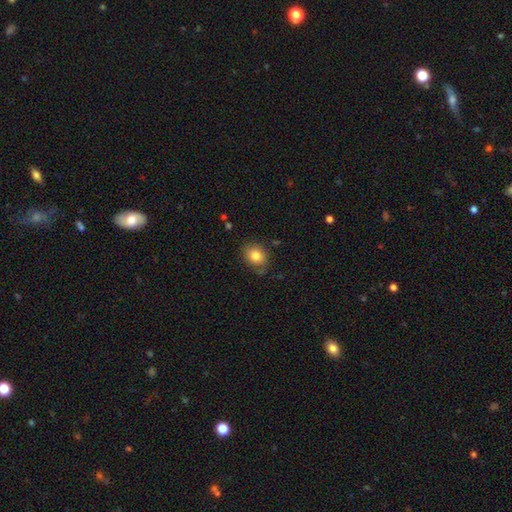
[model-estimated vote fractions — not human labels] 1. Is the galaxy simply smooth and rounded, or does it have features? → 82% smooth, 10% star or artifact, 8% featured or disk.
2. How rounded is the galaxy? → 55% round, 44% in between, 1% cigar-shaped.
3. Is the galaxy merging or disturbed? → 77% none, 17% minor disturbance, 4% major disturbance, 2% merger.